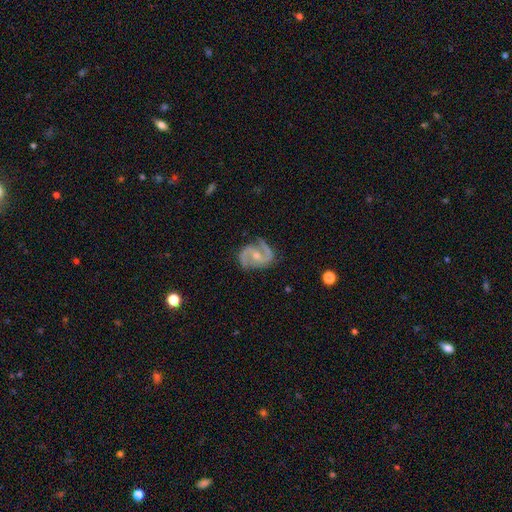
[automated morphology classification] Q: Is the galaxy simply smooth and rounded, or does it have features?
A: featured or disk — 90%.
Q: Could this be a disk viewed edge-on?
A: no — 98%.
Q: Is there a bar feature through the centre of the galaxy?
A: weak — 47%.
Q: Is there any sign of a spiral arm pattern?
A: yes — 98%.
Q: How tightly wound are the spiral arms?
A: medium — 59%.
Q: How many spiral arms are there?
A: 2 — 92%.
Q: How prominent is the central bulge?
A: moderate — 49%.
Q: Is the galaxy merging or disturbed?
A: none — 75%.